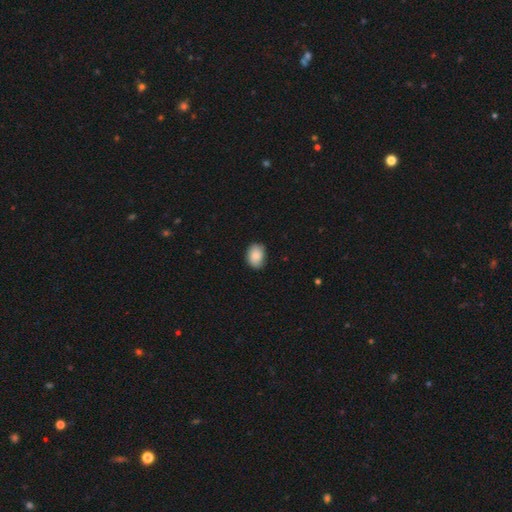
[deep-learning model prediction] Smooth or featured? Predicted: smooth (p=0.83). How rounded? Predicted: in between (p=0.70). Merging? Predicted: none (p=0.76).